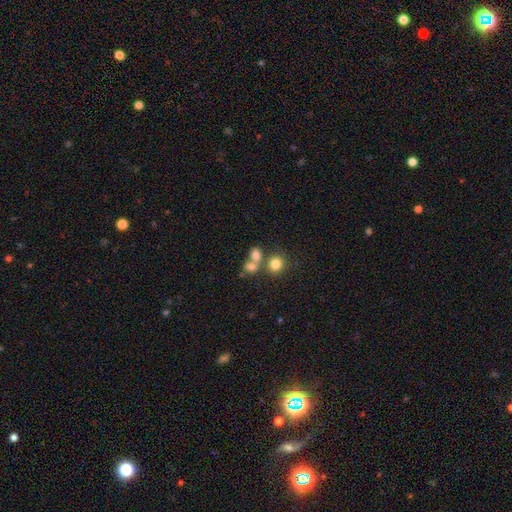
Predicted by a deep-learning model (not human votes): This appears to be a smooth galaxy with no disk features (75%) that is round (56%). Merging: merger (47%).